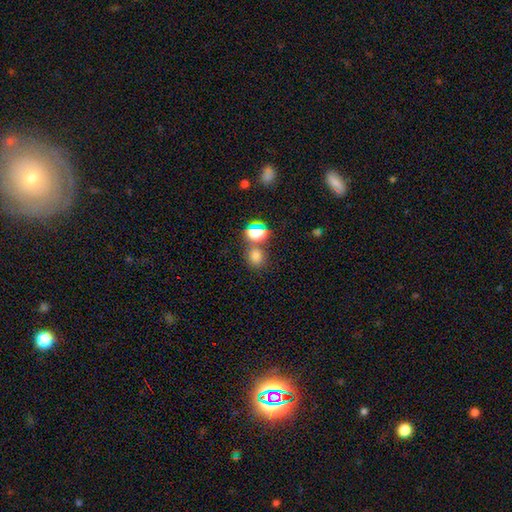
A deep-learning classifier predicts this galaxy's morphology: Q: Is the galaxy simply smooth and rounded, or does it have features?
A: smooth — 70%.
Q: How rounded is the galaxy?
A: round — 69%.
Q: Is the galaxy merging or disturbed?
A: none — 61%.